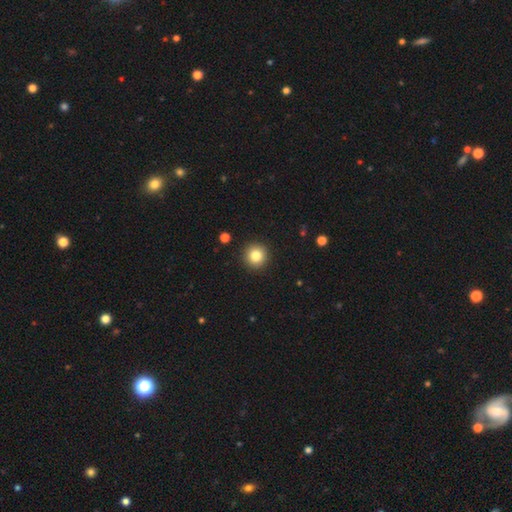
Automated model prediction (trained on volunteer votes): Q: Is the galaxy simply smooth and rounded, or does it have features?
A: smooth — 83%.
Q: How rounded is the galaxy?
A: round — 95%.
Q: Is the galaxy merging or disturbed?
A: none — 92%.